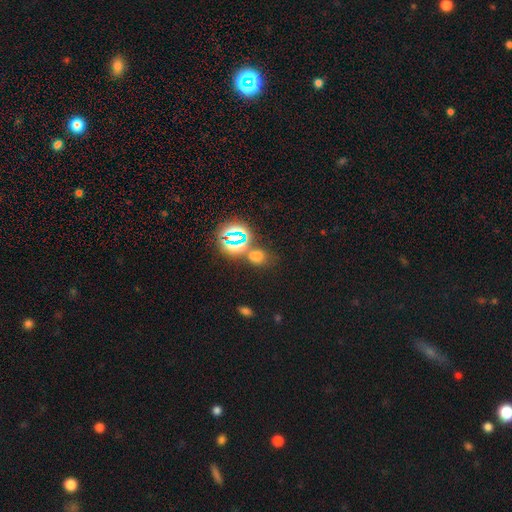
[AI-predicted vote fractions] Smooth or featured? Predicted: smooth (p=0.55). How rounded? Predicted: round (p=0.60). Merging? Predicted: none (p=0.64).